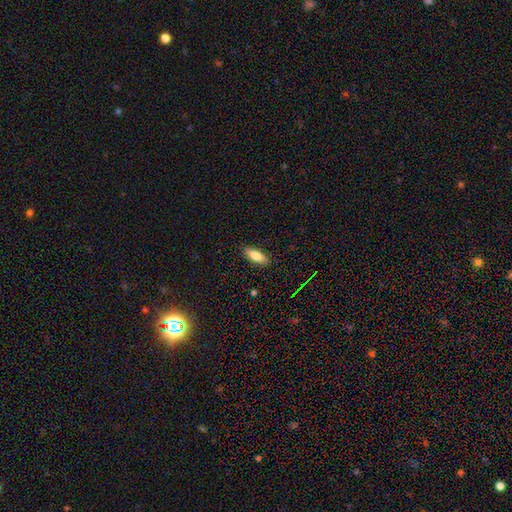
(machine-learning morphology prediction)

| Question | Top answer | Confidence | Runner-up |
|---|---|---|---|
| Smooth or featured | smooth | 83% | featured or disk (10%) |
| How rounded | in between | 66% | cigar-shaped (32%) |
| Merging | none | 88% | minor disturbance (9%) |